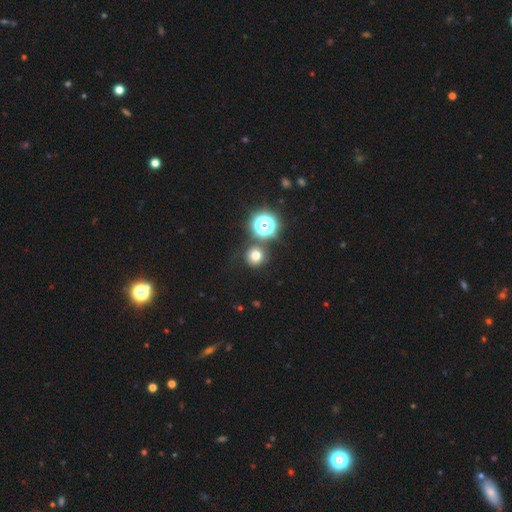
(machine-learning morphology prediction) This is likely a smooth galaxy (71%). How rounded: clearly round (93%). Merging: clearly none (81%).